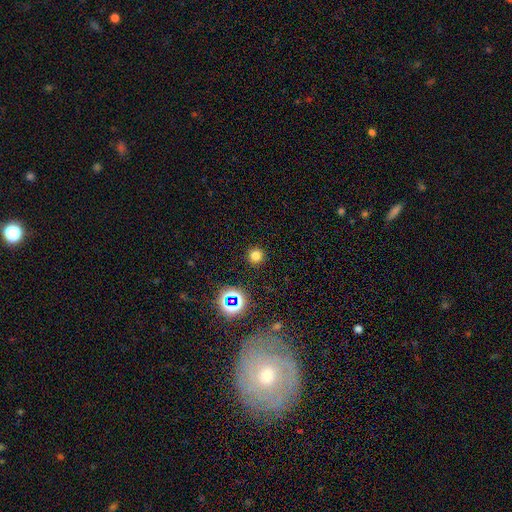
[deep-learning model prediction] This is likely a smooth galaxy (74%). How rounded: clearly round (95%). Merging: clearly none (91%).